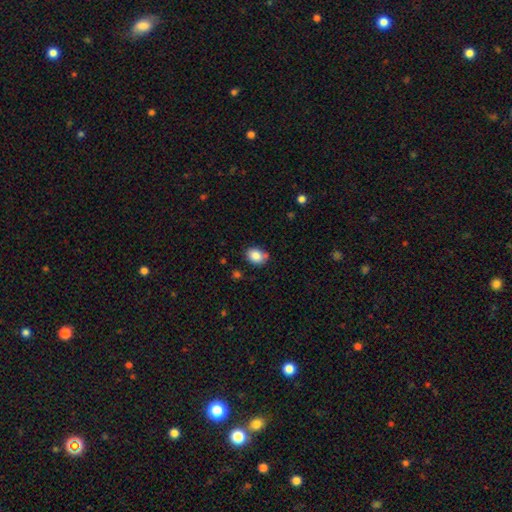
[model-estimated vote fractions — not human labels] A smooth galaxy with no disk features (85%) that is in between round and cigar-shaped (62%). Merging: none (70%).